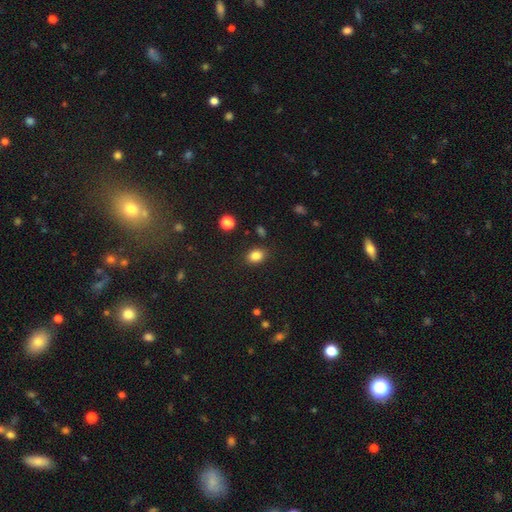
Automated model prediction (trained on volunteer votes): A smooth galaxy with no disk features (85%) that is in between round and cigar-shaped (68%).

Vote fractions:
- Smooth or featured? smooth: 85% / star or artifact: 10% / featured or disk: 5%
- How rounded? in between: 68% / round: 31% / cigar-shaped: 1%
- Merging? none: 85% / minor disturbance: 10% / major disturbance: 3% / merger: 2%